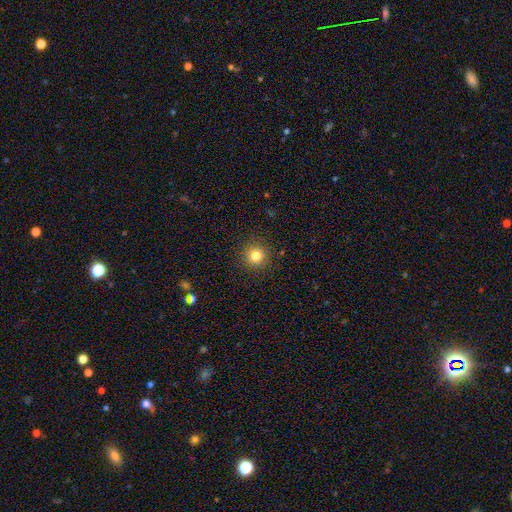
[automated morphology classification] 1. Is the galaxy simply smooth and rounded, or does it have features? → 82% smooth, 12% star or artifact, 5% featured or disk.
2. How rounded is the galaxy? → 94% round, 5% in between, 1% cigar-shaped.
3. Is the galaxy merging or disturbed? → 91% none, 6% minor disturbance, 2% major disturbance, 1% merger.